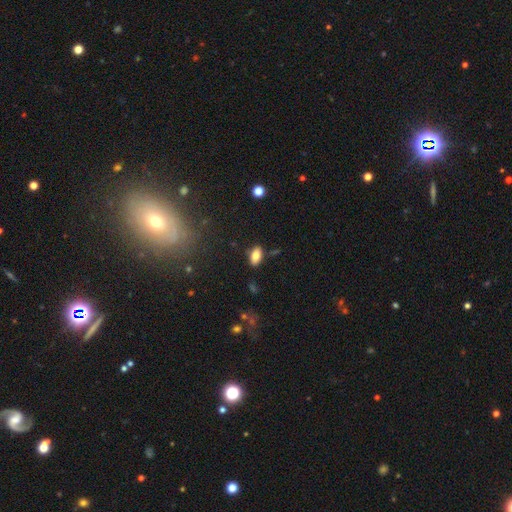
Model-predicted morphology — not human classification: smooth 78%, featured or disk 13%, star or artifact 8%. Down the decision tree: how rounded — in between (91%); merging — none (84%).